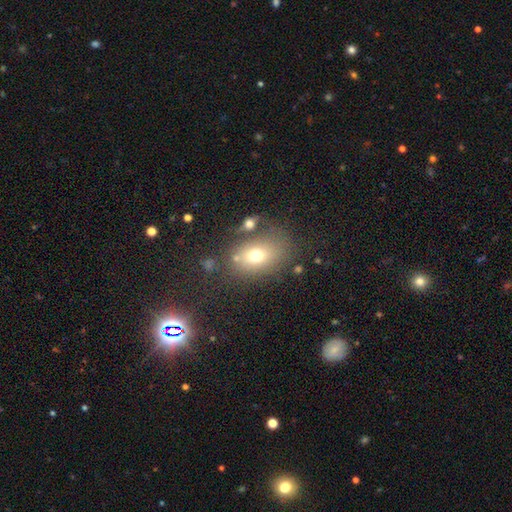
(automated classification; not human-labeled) A smooth galaxy with no disk features (70%) that is in between round and cigar-shaped (68%). Merging: none (65%).